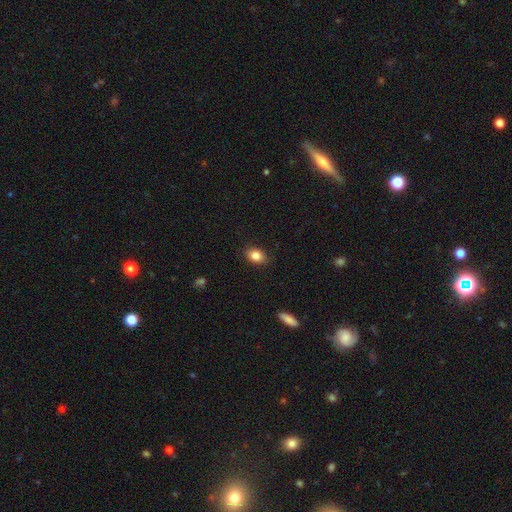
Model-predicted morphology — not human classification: A smooth galaxy with no disk features (84%) that is in between round and cigar-shaped (76%). Merging: none (86%).